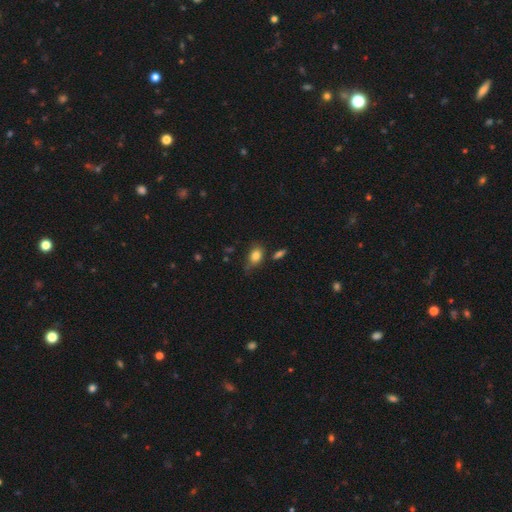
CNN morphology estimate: type=smooth (83%); roundness=in between (79%); merging=none (65%).